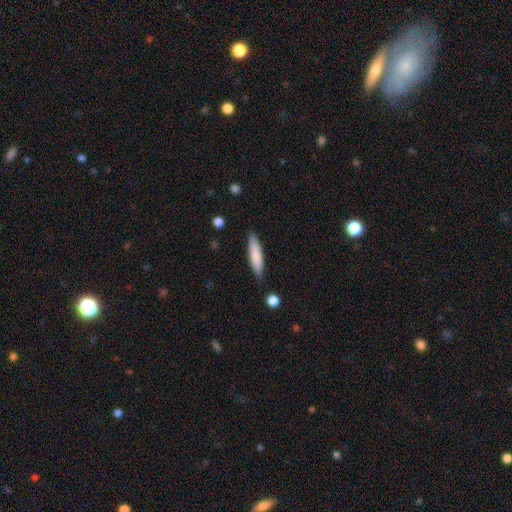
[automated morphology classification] Overall: smooth (81%). How rounded: cigar-shaped (83%). Merging: none (86%).